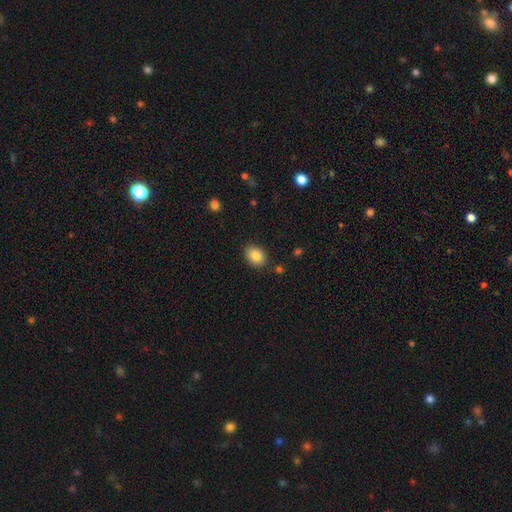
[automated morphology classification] smooth_or_featured: smooth (p=0.84) [alt: star or artifact p=0.09]
how_rounded: in between (p=0.58) [alt: round p=0.41]
merging: none (p=0.88) [alt: minor disturbance p=0.08]